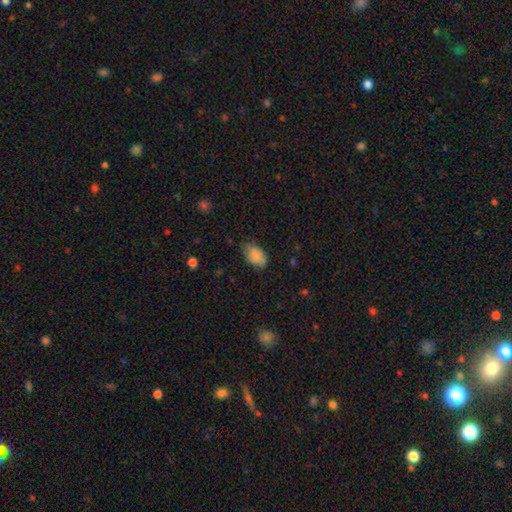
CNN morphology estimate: smooth-or-featured: smooth: 86% | star or artifact: 8% | featured or disk: 7%
  how-rounded: in between: 89% | round: 9% | cigar-shaped: 1%
  merging: none: 68% | minor disturbance: 26% | major disturbance: 5% | merger: 1%